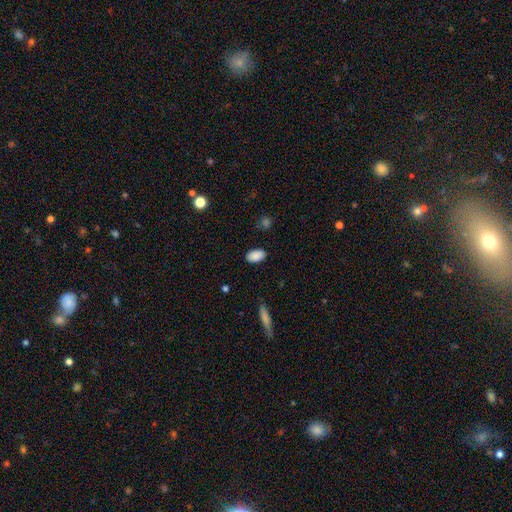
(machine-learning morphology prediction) This appears to be a smooth galaxy with no disk features (89%) that is in between round and cigar-shaped (93%). Merging: none (86%).